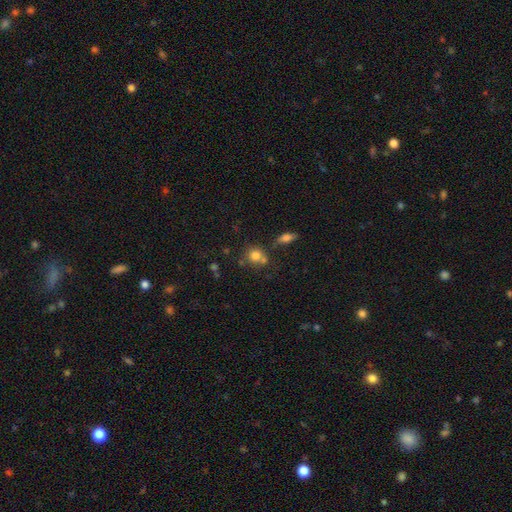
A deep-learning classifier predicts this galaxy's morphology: Smooth or featured: smooth — 78% (star or artifact — 12%)
How rounded: round — 82% (in between — 17%)
Merging: none — 57% (merger — 25%)